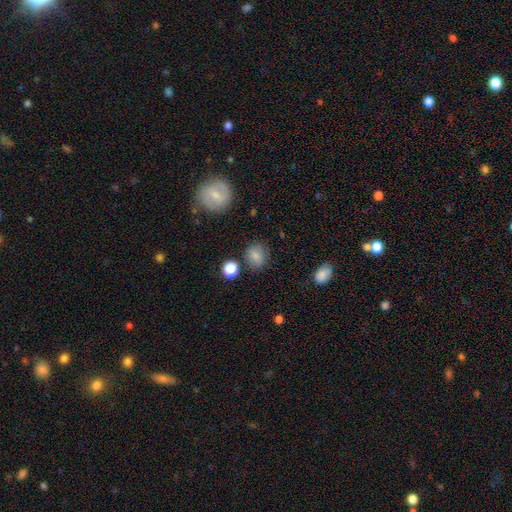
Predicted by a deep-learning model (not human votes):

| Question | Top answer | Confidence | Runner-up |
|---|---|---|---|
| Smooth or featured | smooth | 80% | star or artifact (12%) |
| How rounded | round | 60% | in between (38%) |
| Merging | none | 80% | minor disturbance (12%) |